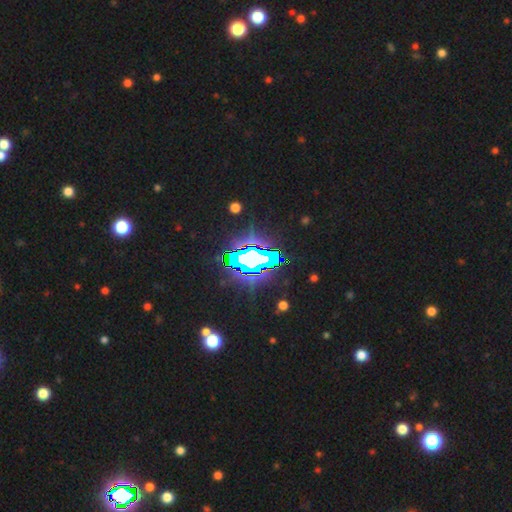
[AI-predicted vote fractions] Smooth or featured?
  - star or artifact: 68% *
  - featured or disk: 17%
  - smooth: 15%